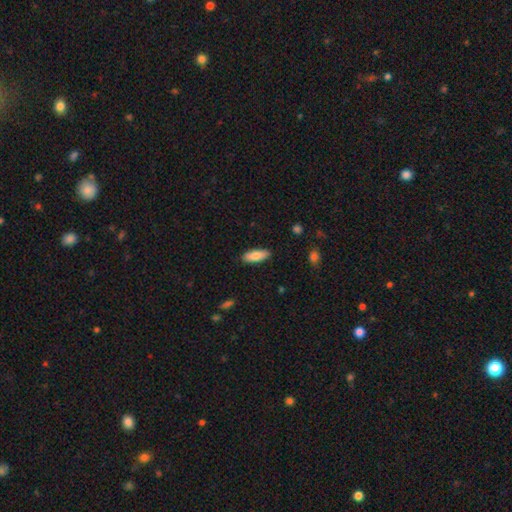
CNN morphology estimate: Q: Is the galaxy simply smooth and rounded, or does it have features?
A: smooth — 82%.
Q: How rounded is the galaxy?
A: in between — 71%.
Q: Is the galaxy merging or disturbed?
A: none — 88%.